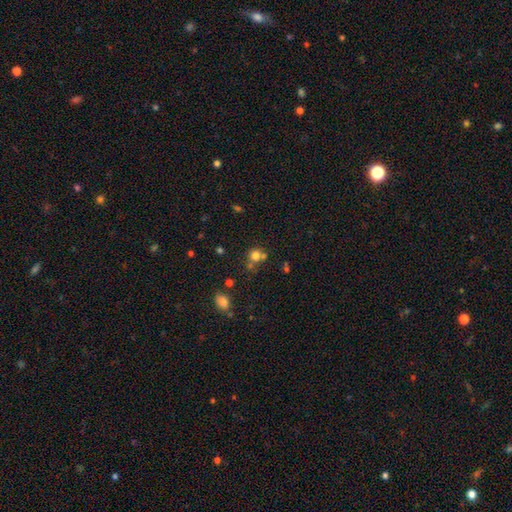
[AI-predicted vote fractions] Smooth or featured: smooth — 72% (star or artifact — 17%)
How rounded: round — 85% (in between — 14%)
Merging: none — 53% (merger — 31%)